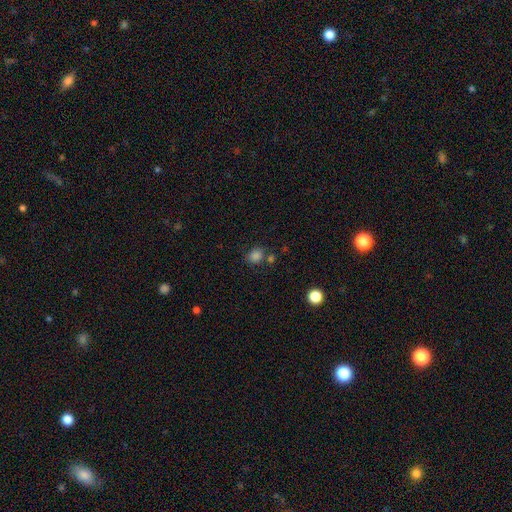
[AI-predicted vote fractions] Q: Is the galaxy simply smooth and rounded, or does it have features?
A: smooth — 82%.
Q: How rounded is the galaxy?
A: round — 56%.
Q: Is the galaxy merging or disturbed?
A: none — 69%.